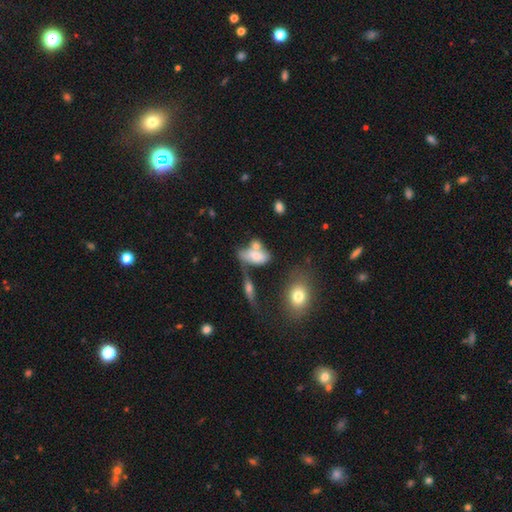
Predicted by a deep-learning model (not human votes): A smooth galaxy with no disk features (63%) that is in between round and cigar-shaped (85%).

Vote fractions:
- Smooth or featured? smooth: 63% / featured or disk: 27% / star or artifact: 10%
- How rounded? in between: 85% / round: 8% / cigar-shaped: 7%
- Merging? merger: 44% / none: 28% / minor disturbance: 16% / major disturbance: 12%